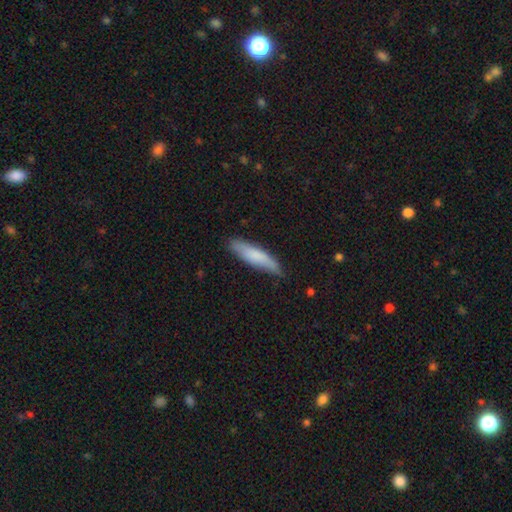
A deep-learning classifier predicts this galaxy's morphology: smooth-or-featured: smooth: 76% | featured or disk: 18% | star or artifact: 6%
  how-rounded: cigar-shaped: 75% | in between: 23% | round: 1%
  merging: none: 78% | minor disturbance: 18% | major disturbance: 3% | merger: 1%